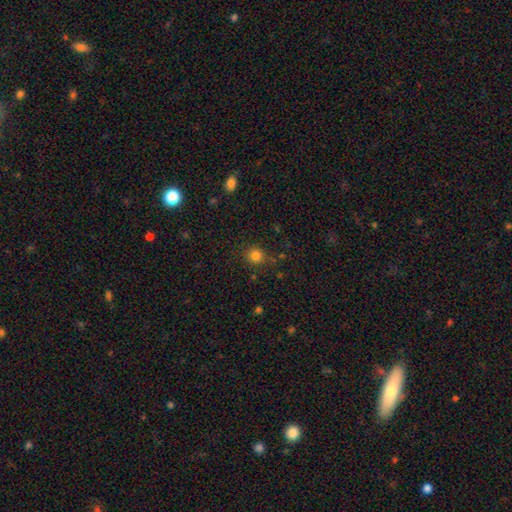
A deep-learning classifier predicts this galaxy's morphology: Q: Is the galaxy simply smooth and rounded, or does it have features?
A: smooth — 81%.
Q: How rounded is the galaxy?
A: round — 88%.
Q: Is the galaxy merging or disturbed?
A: none — 82%.